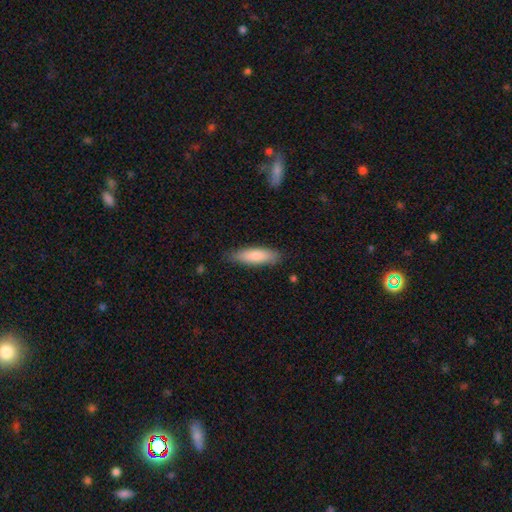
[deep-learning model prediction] Q: Smooth or featured?
A: smooth (82%); runner-up: featured or disk (12%)
Q: How rounded?
A: cigar-shaped (62%); runner-up: in between (37%)
Q: Merging?
A: none (84%); runner-up: minor disturbance (12%)